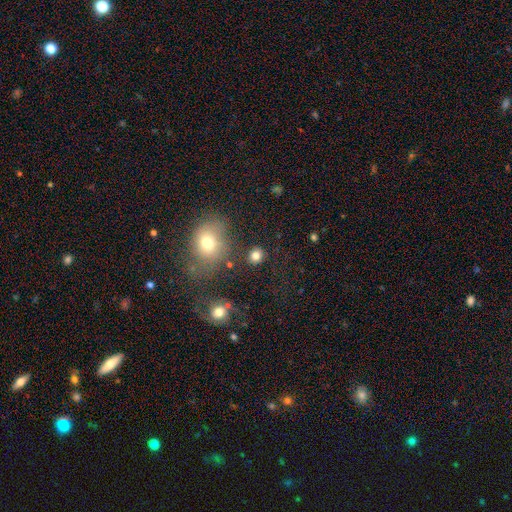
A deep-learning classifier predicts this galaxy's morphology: Overall: smooth (81%). How rounded: round (80%). Merging: none (84%).